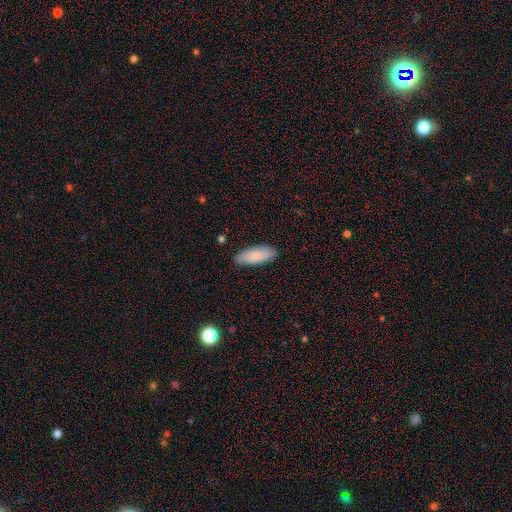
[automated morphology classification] Smooth or featured?
  - smooth: 83% *
  - featured or disk: 11%
  - star or artifact: 6%
How rounded?
  - in between: 77% *
  - cigar-shaped: 22%
  - round: 2%
Merging?
  - none: 84% *
  - minor disturbance: 13%
  - major disturbance: 2%
  - merger: 1%